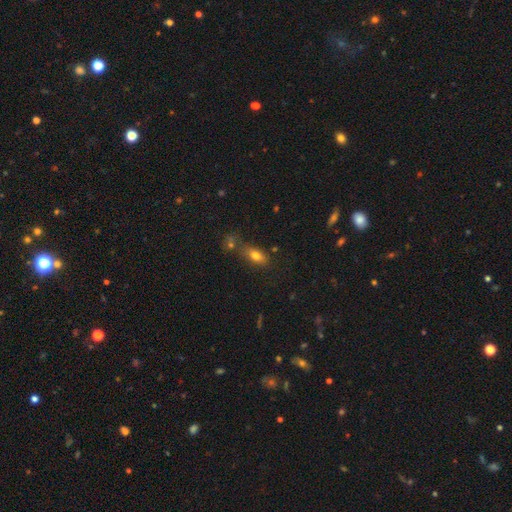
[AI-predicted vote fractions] This is likely a smooth galaxy (76%). How rounded: clearly in between (81%). Merging: possibly none (59%).